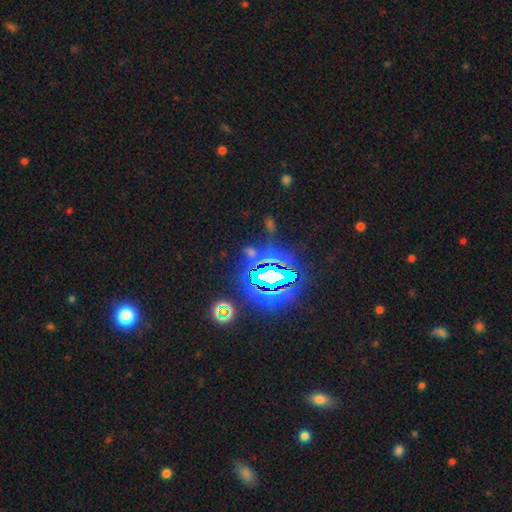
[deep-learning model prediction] The model was most divided on "smooth or featured": star or artifact: 81%, smooth: 10%, featured or disk: 9%.